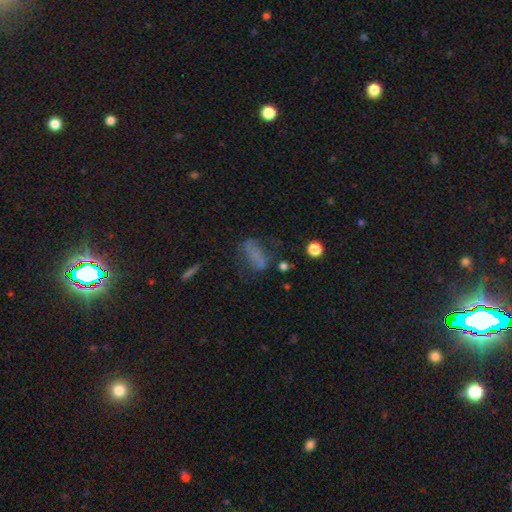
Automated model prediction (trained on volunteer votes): Smooth or featured: smooth — 58% (featured or disk — 23%)
How rounded: in between — 75% (cigar-shaped — 16%)
Merging: none — 41% (major disturbance — 27%)